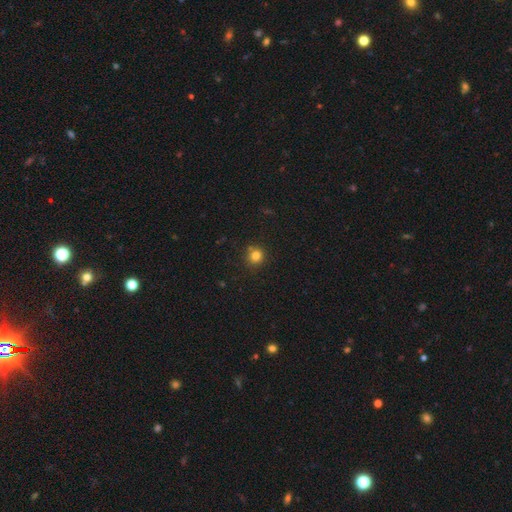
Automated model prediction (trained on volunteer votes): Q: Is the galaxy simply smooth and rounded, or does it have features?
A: smooth — 80%.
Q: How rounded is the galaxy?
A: round — 92%.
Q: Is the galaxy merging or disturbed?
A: none — 82%.